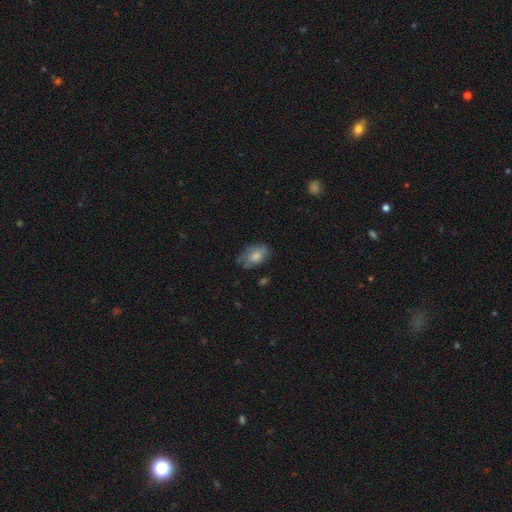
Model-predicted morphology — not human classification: This is likely a smooth galaxy (71%). How rounded: clearly in between (89%). Merging: possibly none (57%).